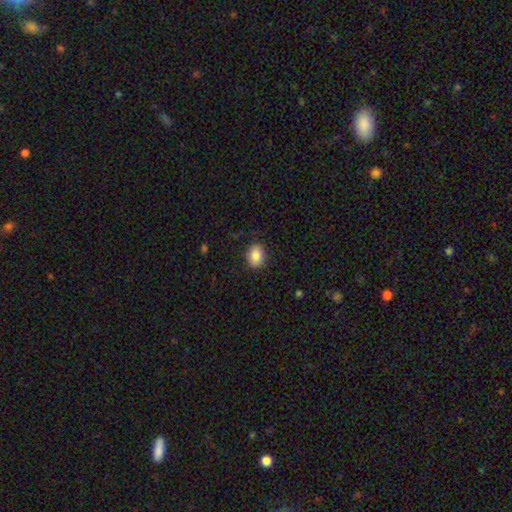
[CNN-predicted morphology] This appears to be a smooth galaxy with no disk features (86%) that is in between round and cigar-shaped (60%). Merging: none (88%).